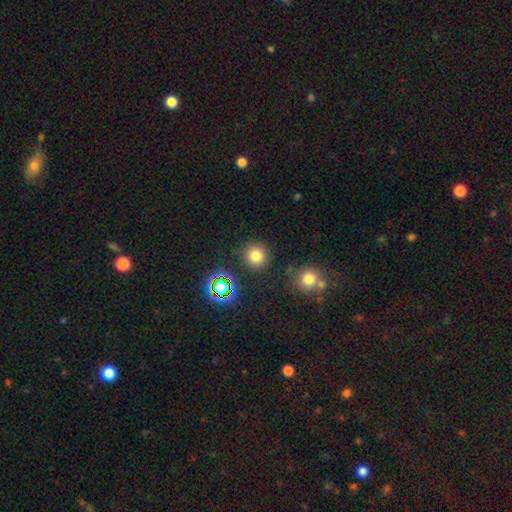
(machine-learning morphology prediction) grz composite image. It shows a smooth galaxy with no disk features (75%) that is round (93%). Merging: none (85%).